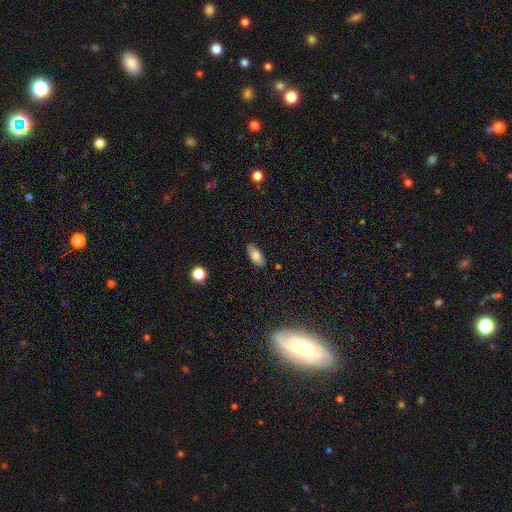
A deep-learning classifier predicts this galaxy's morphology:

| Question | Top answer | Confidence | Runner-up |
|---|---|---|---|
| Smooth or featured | smooth | 76% | featured or disk (15%) |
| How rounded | in between | 86% | cigar-shaped (10%) |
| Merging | none | 86% | minor disturbance (11%) |